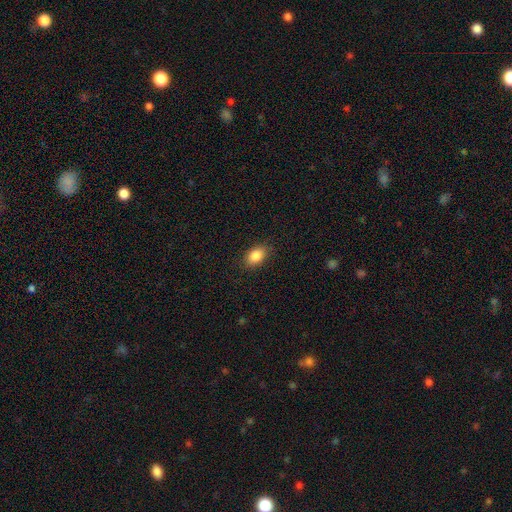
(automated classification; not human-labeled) This appears to be a smooth galaxy with no disk features (86%) that is in between round and cigar-shaped (85%). Merging: none (85%).